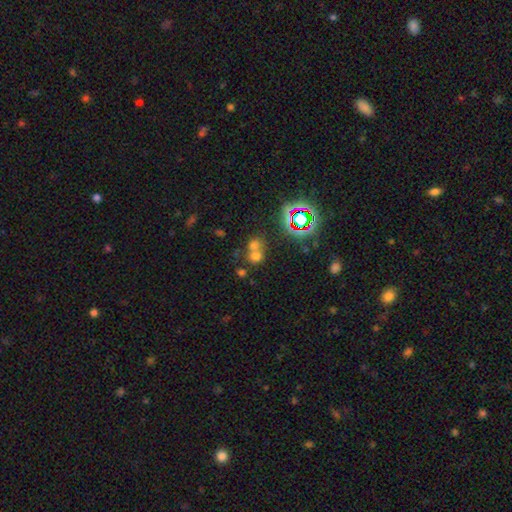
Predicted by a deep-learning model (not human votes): Smooth or featured?
  - smooth: 58% *
  - star or artifact: 29%
  - featured or disk: 13%
How rounded?
  - round: 80% *
  - in between: 19%
  - cigar-shaped: 1%
Merging?
  - merger: 50% *
  - none: 40%
  - minor disturbance: 6%
  - major disturbance: 4%